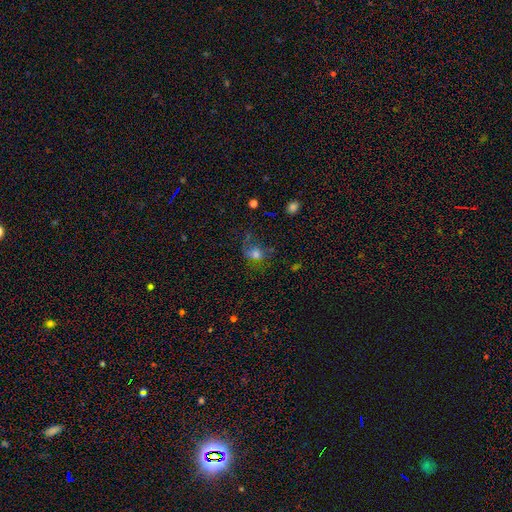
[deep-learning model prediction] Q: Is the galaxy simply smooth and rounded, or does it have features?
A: smooth — 51%.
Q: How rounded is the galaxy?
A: round — 54%.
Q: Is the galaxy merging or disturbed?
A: none — 44%.